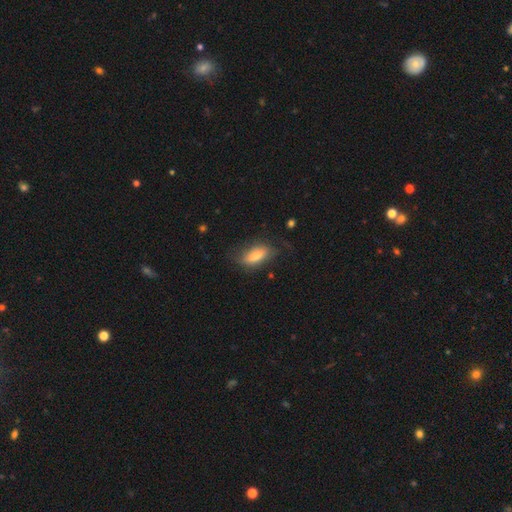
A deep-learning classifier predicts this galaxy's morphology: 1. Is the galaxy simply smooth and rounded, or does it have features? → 69% smooth, 23% featured or disk, 8% star or artifact.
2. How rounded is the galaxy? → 77% in between, 20% cigar-shaped, 4% round.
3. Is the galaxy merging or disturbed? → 62% none, 25% minor disturbance, 11% major disturbance, 2% merger.